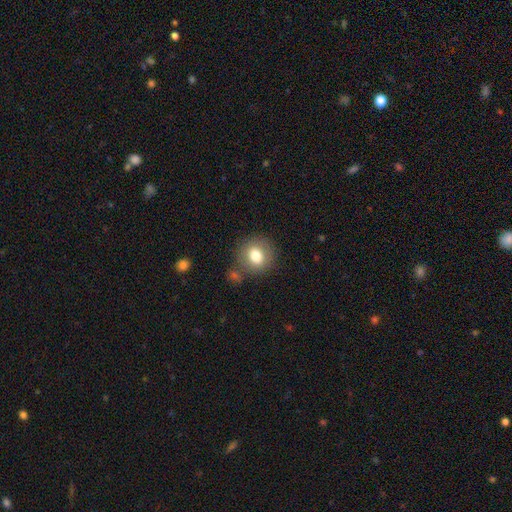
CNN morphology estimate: A smooth galaxy with no disk features (77%) that is round (76%).

Vote fractions:
- Smooth or featured? smooth: 77% / featured or disk: 14% / star or artifact: 9%
- How rounded? round: 76% / in between: 23% / cigar-shaped: 1%
- Merging? none: 78% / minor disturbance: 11% / merger: 7% / major disturbance: 4%